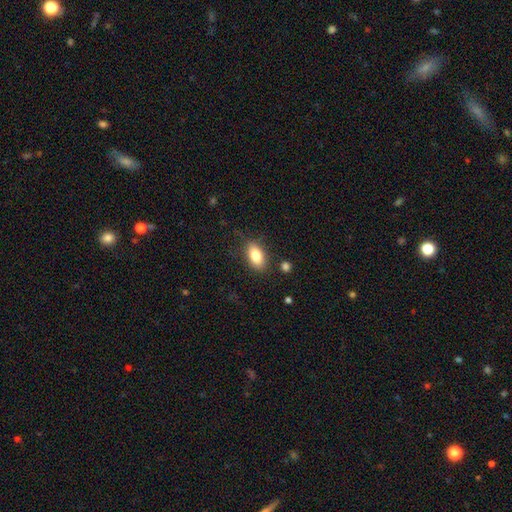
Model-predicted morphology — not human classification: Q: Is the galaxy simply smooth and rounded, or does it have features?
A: smooth — 81%.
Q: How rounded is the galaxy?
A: in between — 89%.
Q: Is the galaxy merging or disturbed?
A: none — 82%.